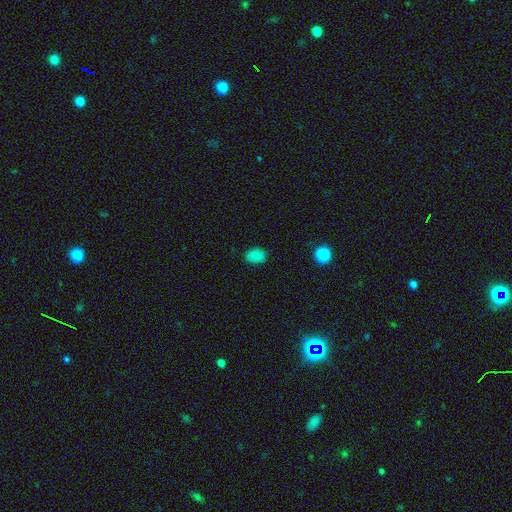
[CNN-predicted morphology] This is clearly a smooth galaxy (83%). How rounded: likely in between (71%). Merging: clearly none (85%).